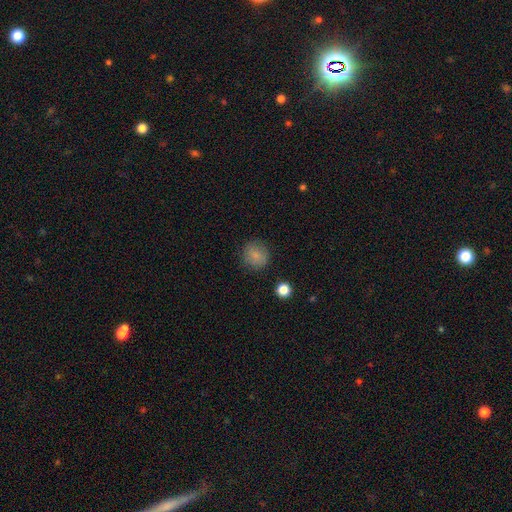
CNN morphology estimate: This is clearly a smooth galaxy (82%). How rounded: clearly round (88%). Merging: clearly none (84%).